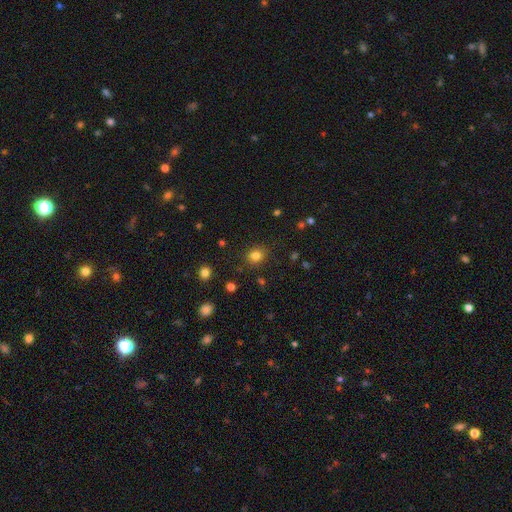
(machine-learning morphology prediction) smooth_or_featured: smooth (p=0.81) [alt: star or artifact p=0.14]
how_rounded: round (p=0.72) [alt: in between p=0.27]
merging: none (p=0.86) [alt: minor disturbance p=0.09]